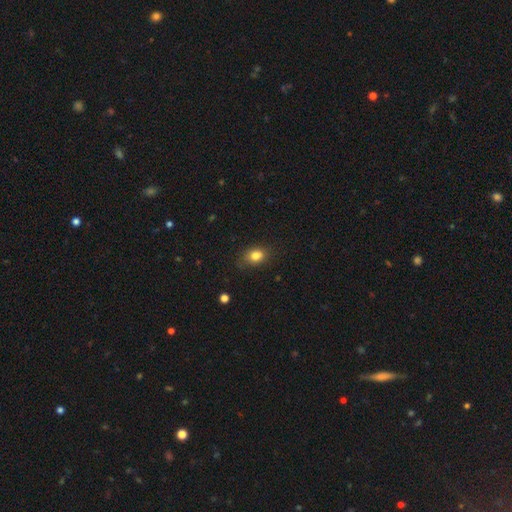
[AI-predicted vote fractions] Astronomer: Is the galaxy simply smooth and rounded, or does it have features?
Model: smooth — 83%.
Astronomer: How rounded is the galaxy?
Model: in between — 67%.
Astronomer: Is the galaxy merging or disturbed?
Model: none — 77%.